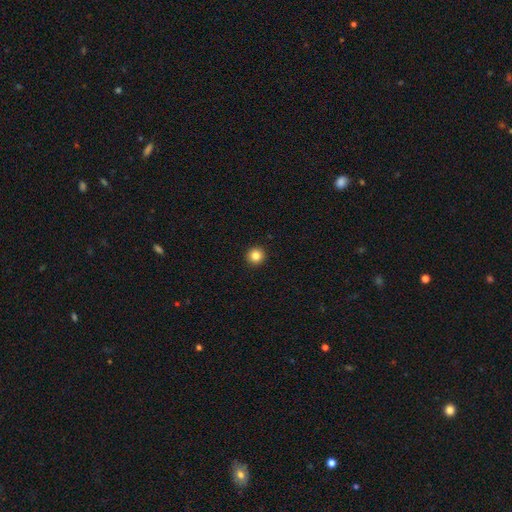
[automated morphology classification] Q: Smooth or featured?
A: smooth (84%); runner-up: star or artifact (11%)
Q: How rounded?
A: round (96%); runner-up: in between (3%)
Q: Merging?
A: none (94%); runner-up: minor disturbance (4%)